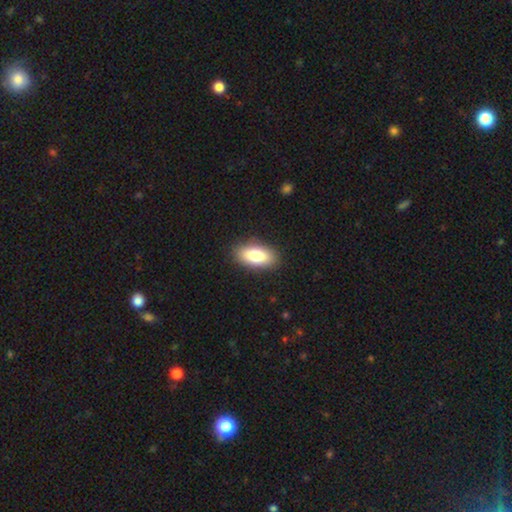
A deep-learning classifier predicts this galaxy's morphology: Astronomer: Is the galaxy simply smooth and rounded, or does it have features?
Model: smooth — 82%.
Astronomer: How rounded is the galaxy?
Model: in between — 90%.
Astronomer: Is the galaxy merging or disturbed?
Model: none — 88%.